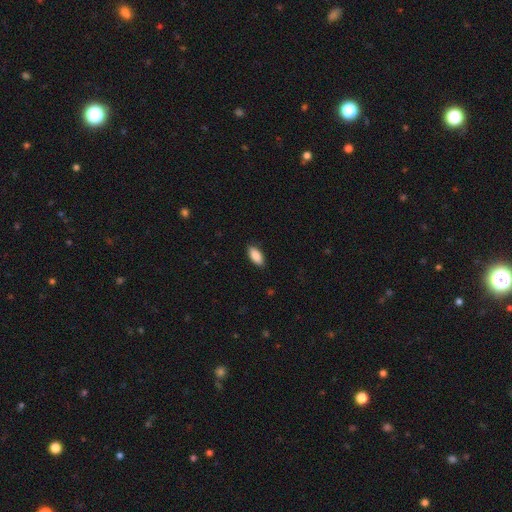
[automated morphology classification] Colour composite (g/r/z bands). It shows a smooth galaxy with no disk features (89%) that is in between round and cigar-shaped (89%). Merging: none (88%).